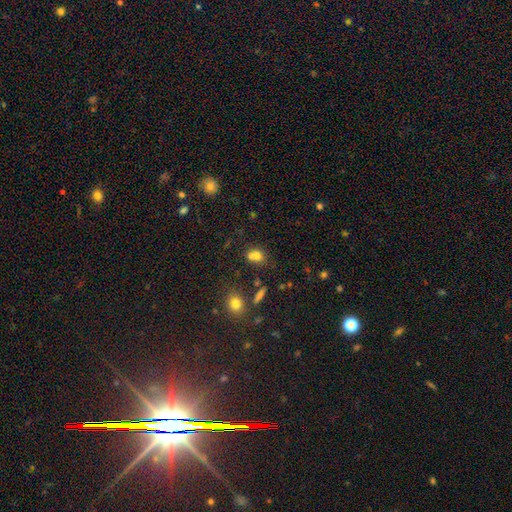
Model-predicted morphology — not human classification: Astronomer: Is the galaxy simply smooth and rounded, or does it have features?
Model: smooth — 71%.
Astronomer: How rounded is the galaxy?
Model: round — 61% (runner-up: in between, 37%).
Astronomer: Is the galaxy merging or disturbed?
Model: merger — 51% (runner-up: none, 36%).